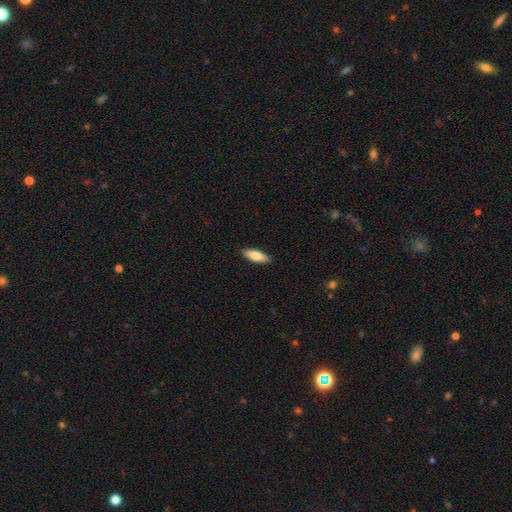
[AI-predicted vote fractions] Morphology: type=smooth (74%); roundness=in between (62%); merging=none (89%).